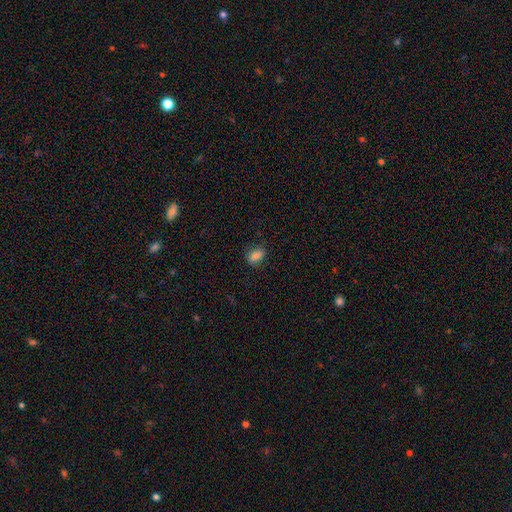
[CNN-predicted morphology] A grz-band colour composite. It shows a smooth galaxy with no disk features (81%) that is in between round and cigar-shaped (80%). Merging: none (77%).